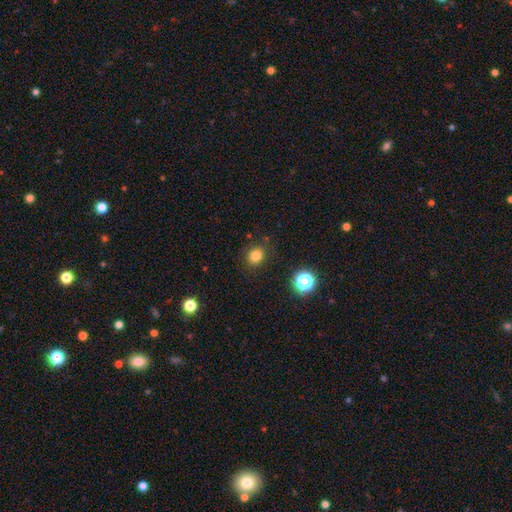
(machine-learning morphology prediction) A smooth galaxy with no disk features (81%) that is round (74%). Merging: none (85%).